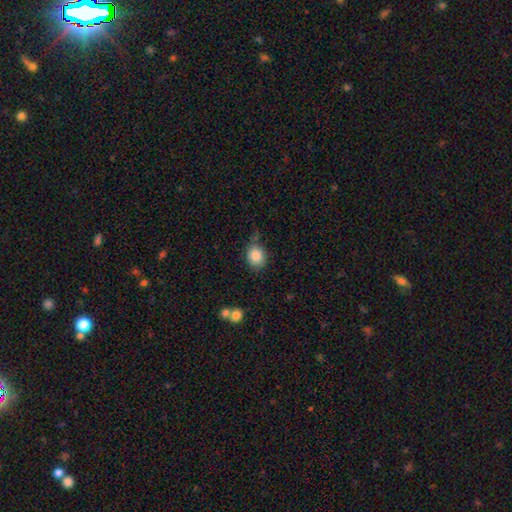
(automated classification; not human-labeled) Smooth or featured?
  - smooth: 86% *
  - star or artifact: 9%
  - featured or disk: 5%
How rounded?
  - round: 59% *
  - in between: 40%
  - cigar-shaped: 1%
Merging?
  - none: 65% *
  - minor disturbance: 23%
  - major disturbance: 6%
  - merger: 6%